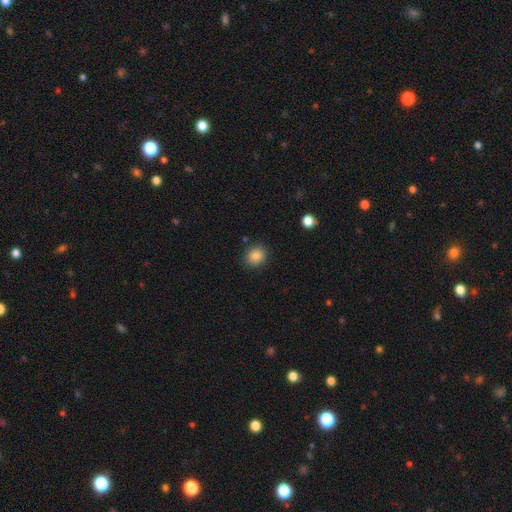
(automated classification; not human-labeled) This appears to be a smooth galaxy with no disk features (85%) that is round (79%). Merging: none (88%).